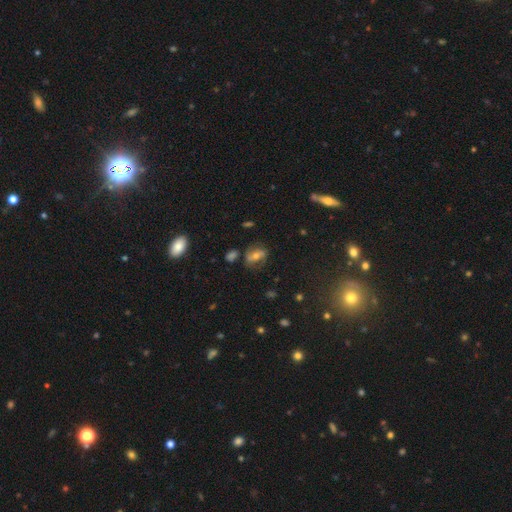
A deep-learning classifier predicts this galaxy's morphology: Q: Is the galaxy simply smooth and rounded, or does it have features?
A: featured or disk — 45%.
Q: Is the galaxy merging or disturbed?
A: none — 68%.